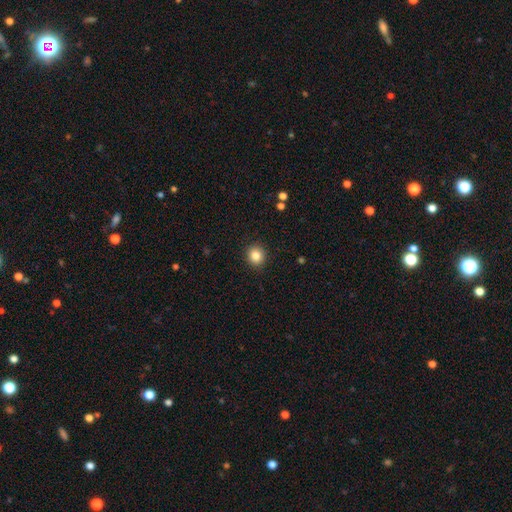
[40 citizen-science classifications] Smooth or featured: smooth — 95% (featured or disk — 5%)
How rounded: round — 87% (in between — 13%)
Merging: none — 98% (minor disturbance — 2%)